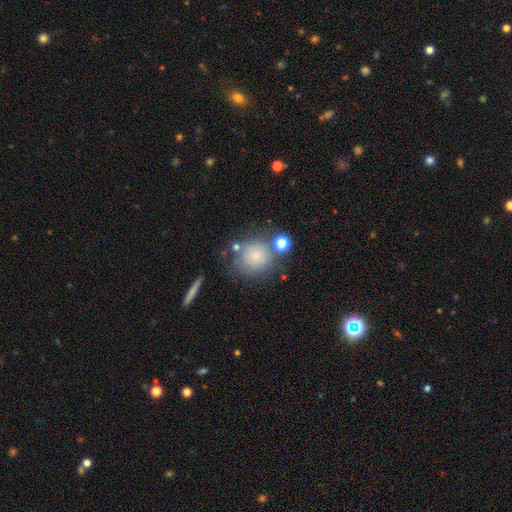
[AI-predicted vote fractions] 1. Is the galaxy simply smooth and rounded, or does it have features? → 76% smooth, 13% featured or disk, 11% star or artifact.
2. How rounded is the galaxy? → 87% round, 12% in between, 1% cigar-shaped.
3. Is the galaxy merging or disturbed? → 61% none, 16% minor disturbance, 14% merger, 8% major disturbance.